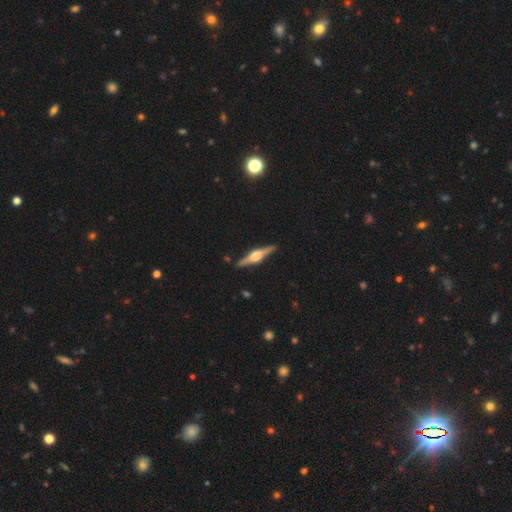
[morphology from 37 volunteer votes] featured or disk 81%, smooth 11%, star or artifact 8%. Down the decision tree: edge-on disk — yes (100%); edge-on bulge — rounded (97%); merging — none (94%).